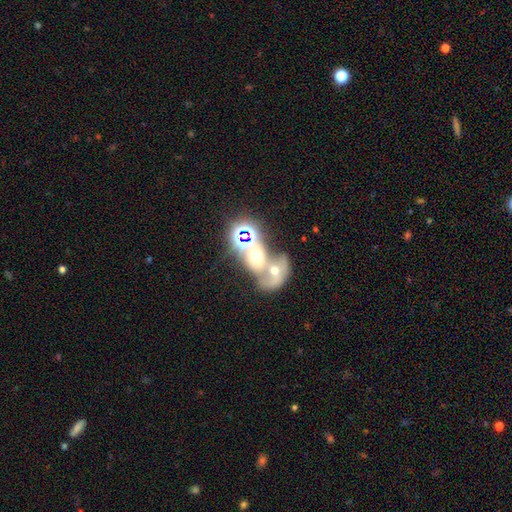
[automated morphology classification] type=smooth (41%); merging=merger (73%).